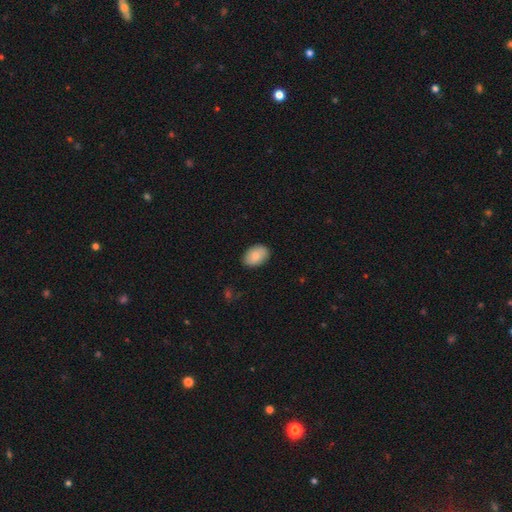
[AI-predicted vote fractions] Q: Smooth or featured?
A: smooth (85%); runner-up: featured or disk (9%)
Q: How rounded?
A: in between (88%); runner-up: round (11%)
Q: Merging?
A: none (86%); runner-up: minor disturbance (11%)